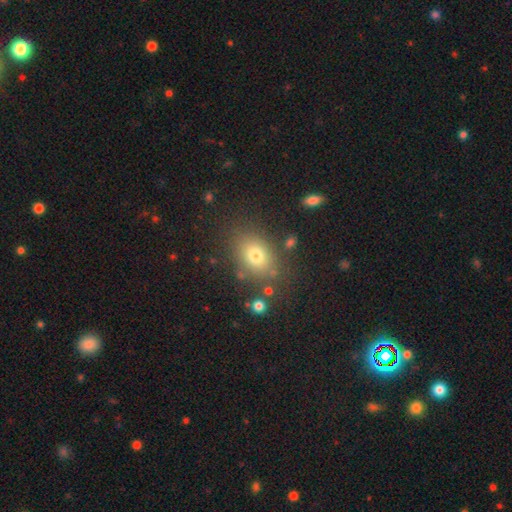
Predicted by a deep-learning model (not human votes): The model was most divided on "how rounded": in between: 65%, round: 33%, cigar-shaped: 1%. More confident: merging — none (78%); smooth or featured — smooth (74%).